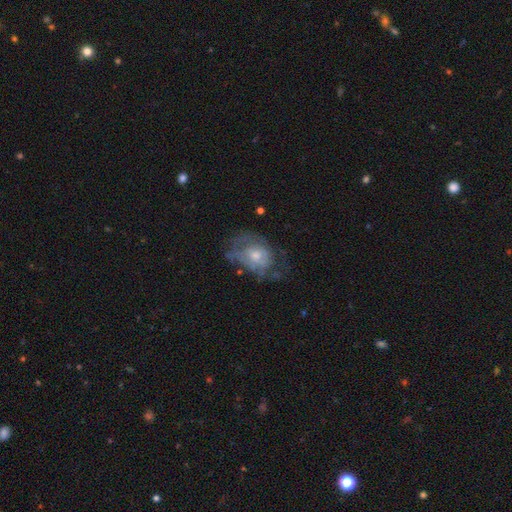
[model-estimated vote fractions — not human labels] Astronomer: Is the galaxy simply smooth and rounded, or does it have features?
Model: featured or disk — 58%.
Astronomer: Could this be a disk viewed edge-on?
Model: no — 96%.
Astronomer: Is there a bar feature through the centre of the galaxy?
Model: no — 80%.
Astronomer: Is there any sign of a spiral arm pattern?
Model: no — 54% (runner-up: yes, 46%).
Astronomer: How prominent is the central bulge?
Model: moderate — 52% (runner-up: small, 38%).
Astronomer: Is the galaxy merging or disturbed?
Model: none — 38% (runner-up: major disturbance, 32%).